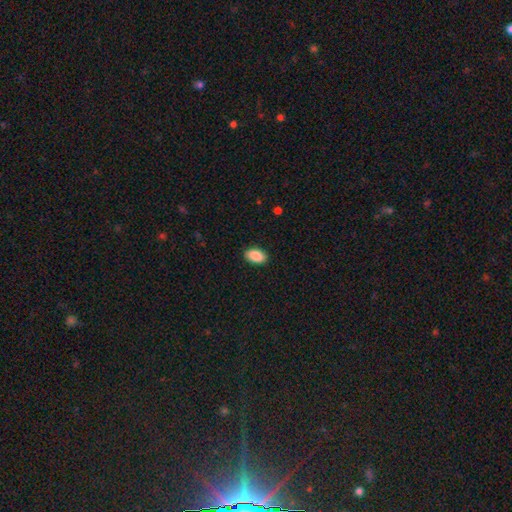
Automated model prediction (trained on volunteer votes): Morphology: type=smooth (90%); roundness=in between (94%); merging=none (89%).